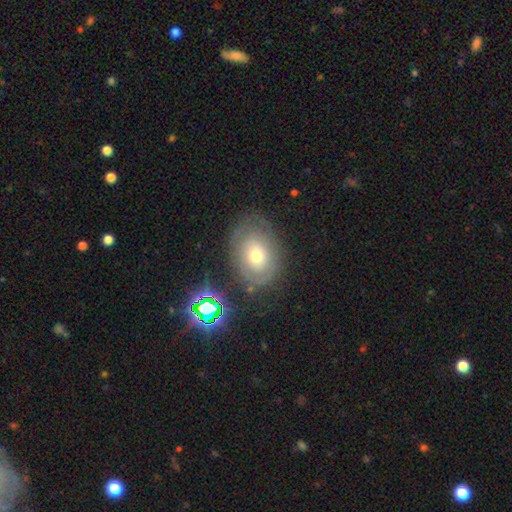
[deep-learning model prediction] A featured or disk galaxy (44%). Merging: none (69%).